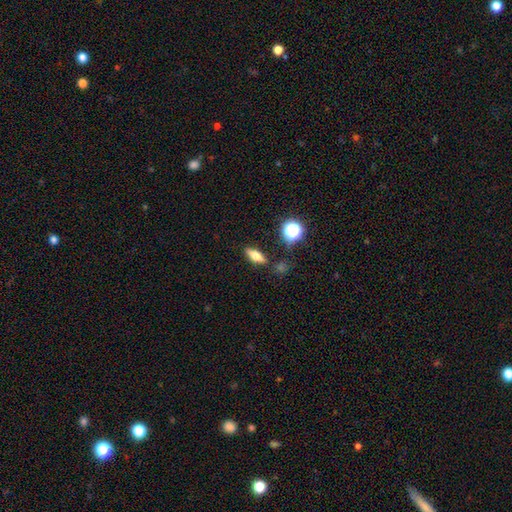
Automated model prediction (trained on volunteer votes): Overall: smooth (58%; featured or disk 29%). How rounded: in between (51%; cigar-shaped 39%). Merging: none (83%).